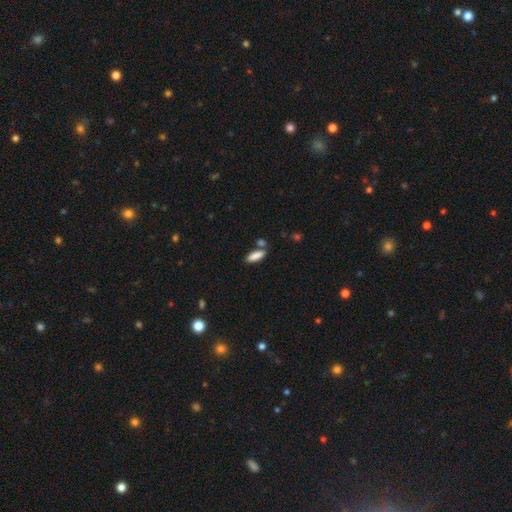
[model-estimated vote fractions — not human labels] This is clearly a smooth galaxy (86%). How rounded: likely in between (62%). Merging: likely none (71%).